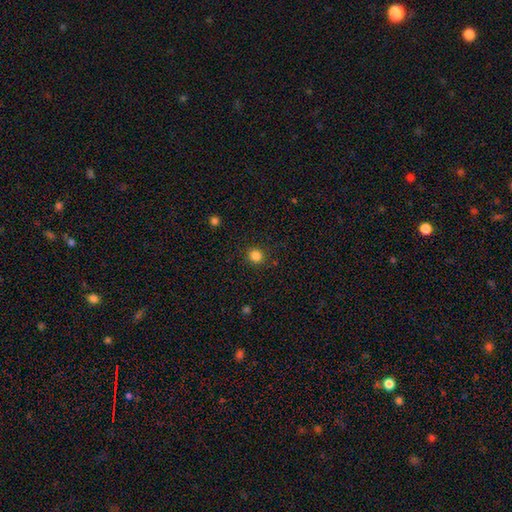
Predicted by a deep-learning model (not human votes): Smooth or featured: smooth — 84% (star or artifact — 12%)
How rounded: round — 88% (in between — 12%)
Merging: none — 90% (minor disturbance — 6%)